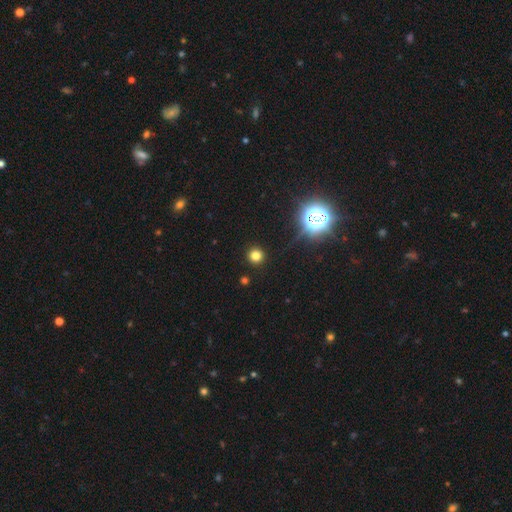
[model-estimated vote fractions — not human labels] smooth-or-featured: smooth: 76% | star or artifact: 18% | featured or disk: 5%
  how-rounded: round: 94% | in between: 5% | cigar-shaped: 1%
  merging: none: 92% | minor disturbance: 5% | major disturbance: 2% | merger: 2%